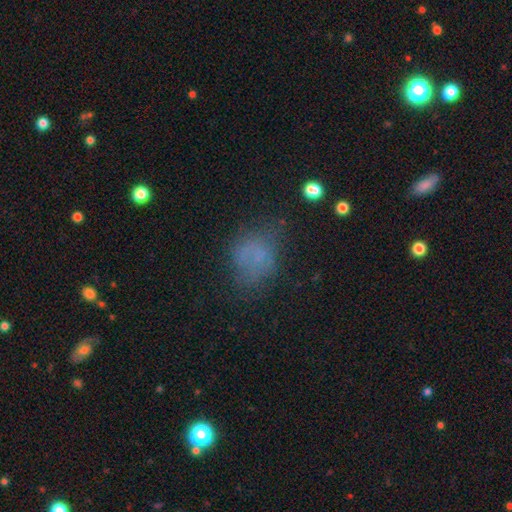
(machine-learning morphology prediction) Q: Smooth or featured?
A: smooth (57%); runner-up: featured or disk (24%)
Q: How rounded?
A: round (51%); runner-up: in between (48%)
Q: Merging?
A: none (52%); runner-up: minor disturbance (24%)